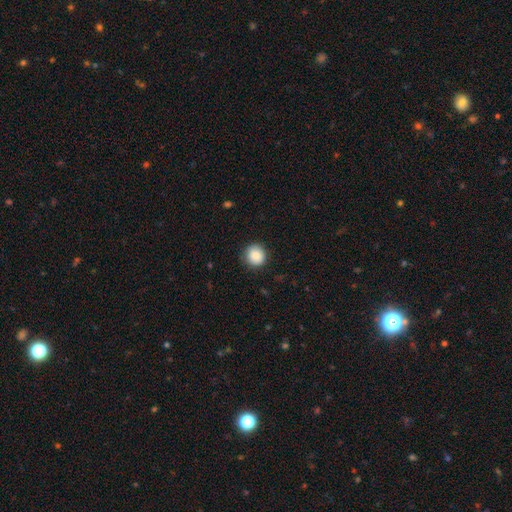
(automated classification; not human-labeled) A smooth galaxy with no disk features (88%) that is round (91%).

Vote fractions:
- Smooth or featured? smooth: 88% / star or artifact: 8% / featured or disk: 4%
- How rounded? round: 91% / in between: 8% / cigar-shaped: 1%
- Merging? none: 88% / minor disturbance: 9% / major disturbance: 2% / merger: 1%